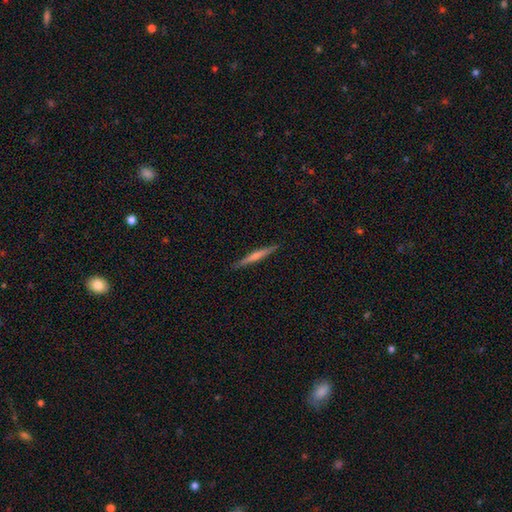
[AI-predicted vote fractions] Smooth or featured? Predicted: featured or disk (p=0.63). Edge-on disk? Predicted: yes (p=0.98). Edge-on bulge? Predicted: rounded (p=0.56). Merging? Predicted: none (p=0.91).